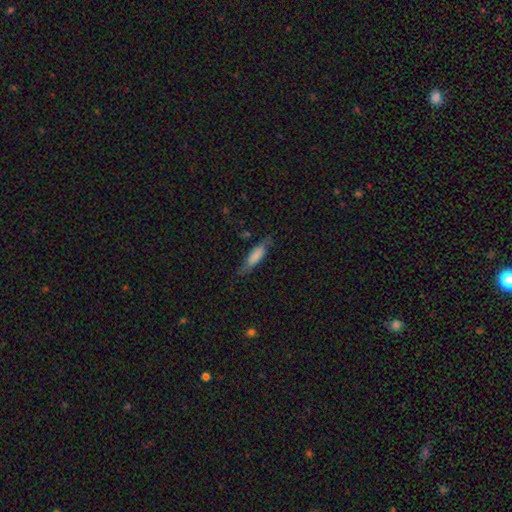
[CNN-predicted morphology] smooth_or_featured: smooth (p=0.73) [alt: featured or disk p=0.20]
how_rounded: cigar-shaped (p=0.59) [alt: in between p=0.39]
merging: none (p=0.71) [alt: minor disturbance p=0.21]